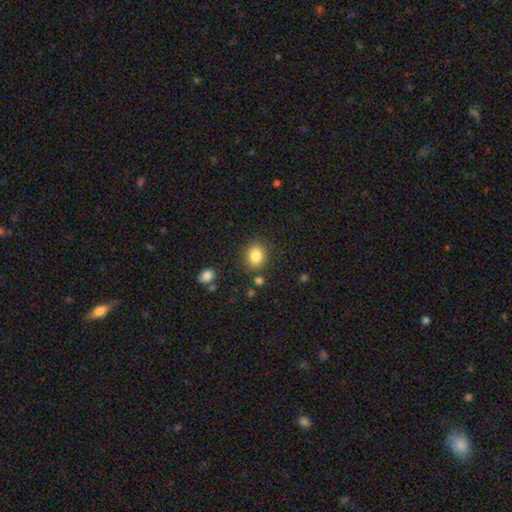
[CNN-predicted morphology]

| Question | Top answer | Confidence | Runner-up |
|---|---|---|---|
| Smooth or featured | smooth | 84% | star or artifact (10%) |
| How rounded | round | 65% | in between (34%) |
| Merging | none | 84% | minor disturbance (10%) |